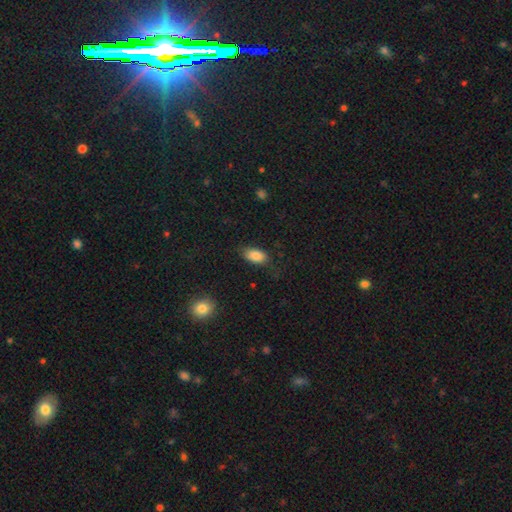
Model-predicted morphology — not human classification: smooth 84%, star or artifact 8%, featured or disk 8%. Down the decision tree: how rounded — in between (92%); merging — none (73%).